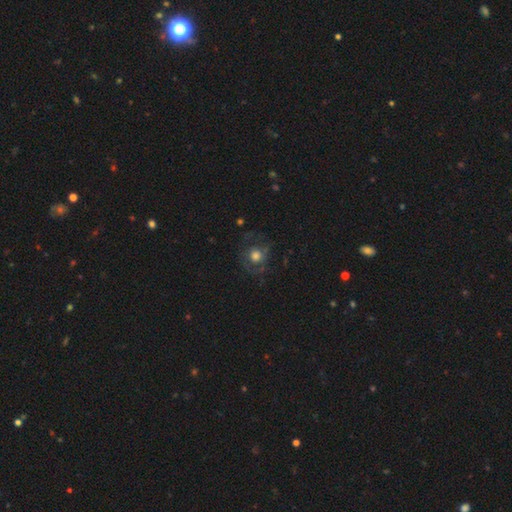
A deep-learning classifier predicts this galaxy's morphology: Overall: smooth (51%; featured or disk 37%). How rounded: round (86%). Merging: none (64%).